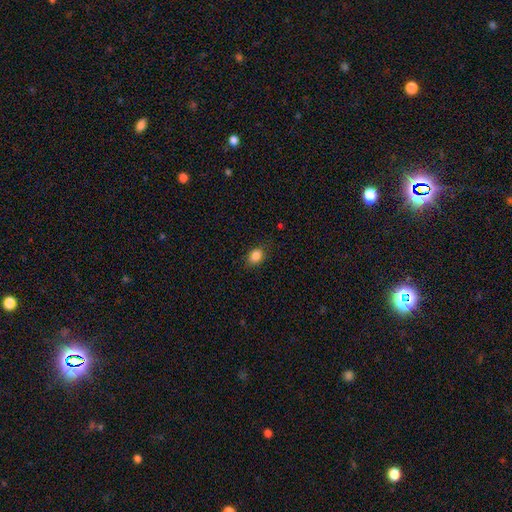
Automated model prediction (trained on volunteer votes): Morphology: type=smooth (85%); roundness=in between (68%); merging=none (83%).